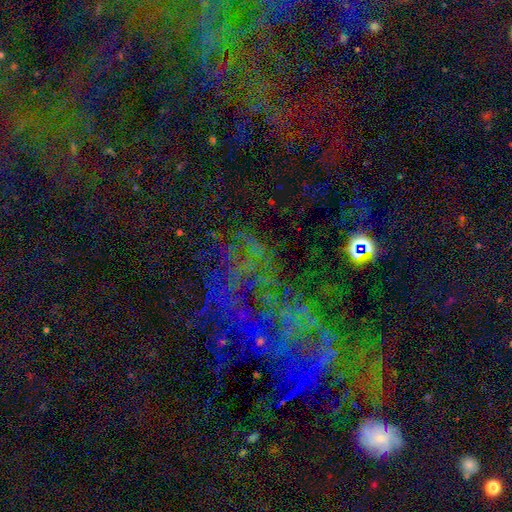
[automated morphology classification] type=star or artifact (61%).